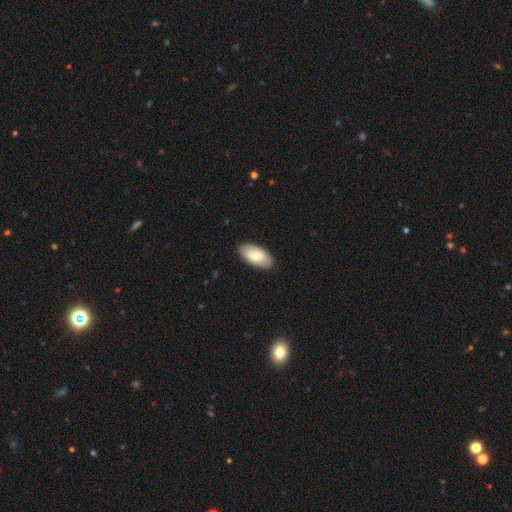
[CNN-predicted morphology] Overall: smooth (80%). How rounded: in between (95%). Merging: none (87%).